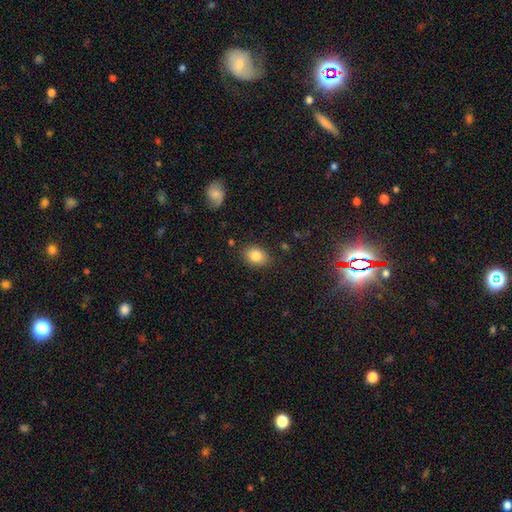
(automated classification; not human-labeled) smooth-or-featured: smooth: 84% | star or artifact: 8% | featured or disk: 8%
  how-rounded: in between: 70% | round: 29% | cigar-shaped: 1%
  merging: none: 83% | minor disturbance: 12% | major disturbance: 3% | merger: 2%